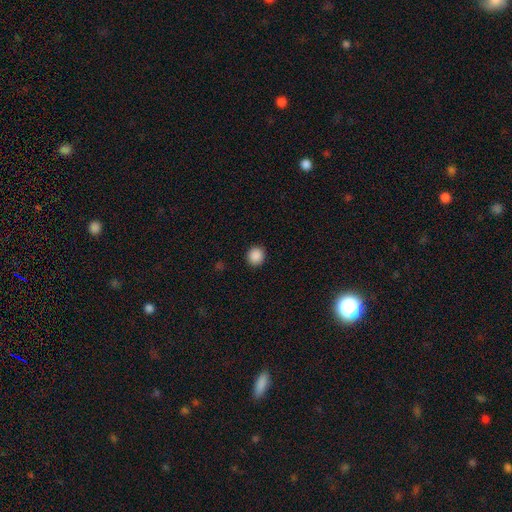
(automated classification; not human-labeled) Smooth or featured?
  - smooth: 88% *
  - star or artifact: 9%
  - featured or disk: 2%
How rounded?
  - round: 91% *
  - in between: 8%
  - cigar-shaped: 1%
Merging?
  - none: 92% *
  - minor disturbance: 5%
  - major disturbance: 2%
  - merger: 1%